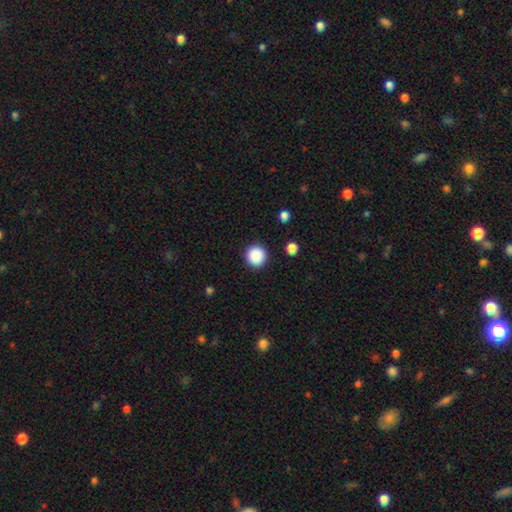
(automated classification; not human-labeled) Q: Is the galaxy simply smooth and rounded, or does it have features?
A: smooth — 88%.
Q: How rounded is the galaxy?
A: round — 95%.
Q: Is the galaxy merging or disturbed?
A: none — 92%.